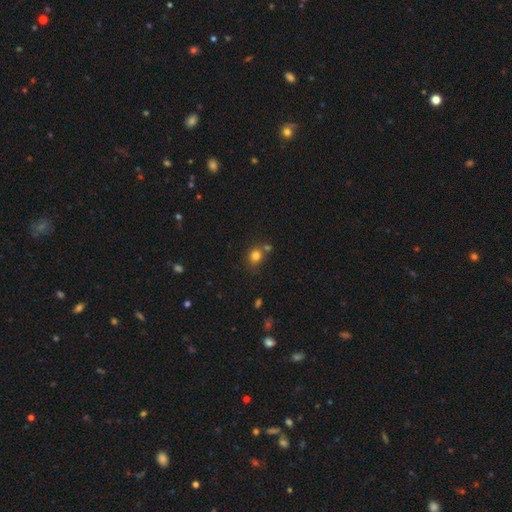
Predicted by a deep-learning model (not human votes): smooth-or-featured: smooth: 80% | star or artifact: 13% | featured or disk: 7%
  how-rounded: round: 78% | in between: 21% | cigar-shaped: 1%
  merging: none: 61% | merger: 20% | minor disturbance: 14% | major disturbance: 5%